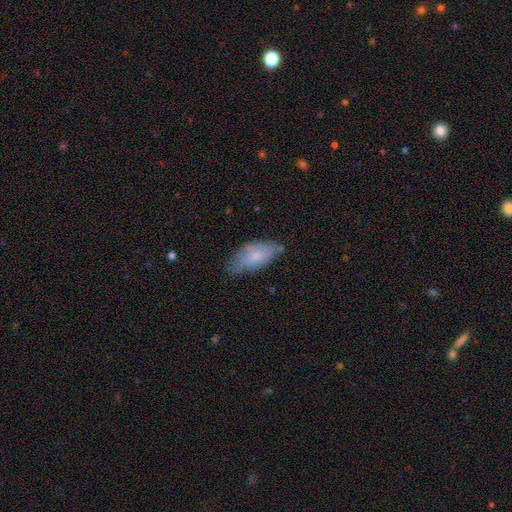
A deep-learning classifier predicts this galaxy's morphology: This appears to be a smooth galaxy with no disk features (69%) that is in between round and cigar-shaped (88%). Merging: none (59%).